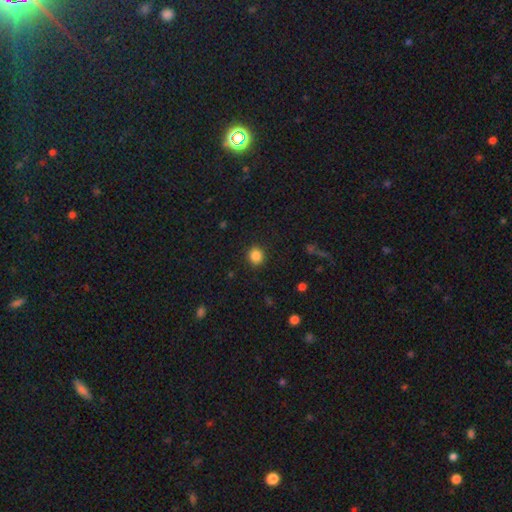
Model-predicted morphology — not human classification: smooth_or_featured: smooth (p=0.85) [alt: star or artifact p=0.11]
how_rounded: round (p=0.86) [alt: in between p=0.13]
merging: none (p=0.91) [alt: minor disturbance p=0.06]